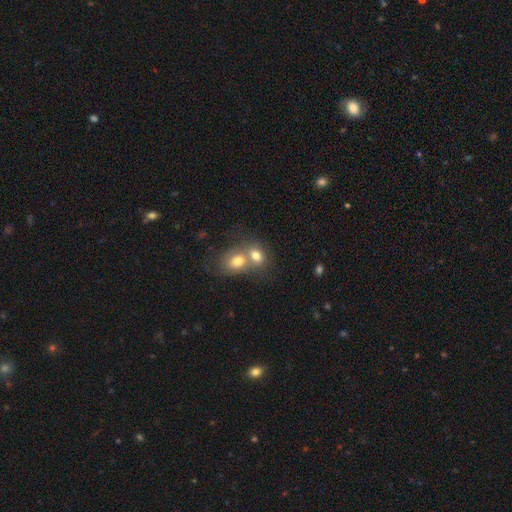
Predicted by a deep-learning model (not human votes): The model was most divided on "how rounded": in between: 52%, round: 46%, cigar-shaped: 1%. More confident: smooth or featured — smooth (75%); merging — merger (69%).